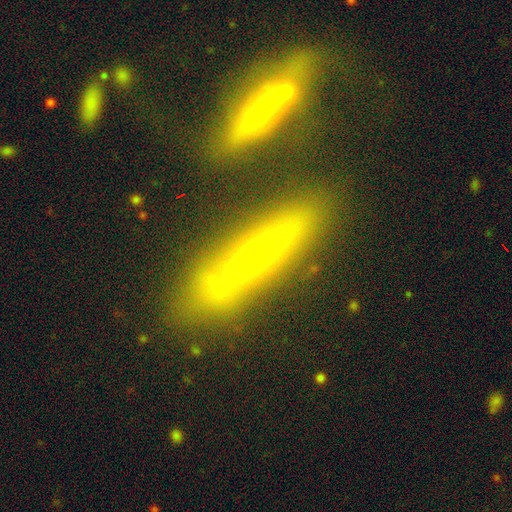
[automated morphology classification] Smooth or featured?
  - featured or disk: 48% *
  - smooth: 38%
  - star or artifact: 13%
Merging?
  - none: 64% *
  - merger: 18%
  - minor disturbance: 13%
  - major disturbance: 5%